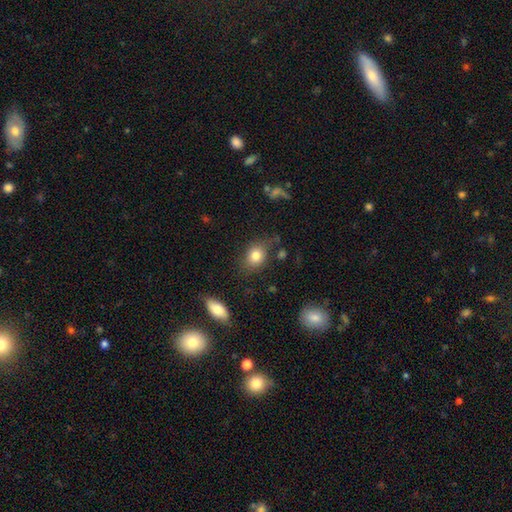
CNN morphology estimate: Smooth or featured? smooth (81%)
How rounded? in between (55%)
Merging? none (71%)